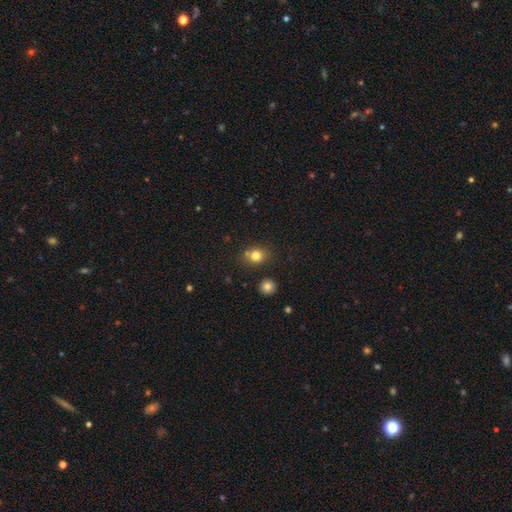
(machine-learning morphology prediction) Q: Smooth or featured?
A: smooth (80%); runner-up: star or artifact (13%)
Q: How rounded?
A: round (70%); runner-up: in between (29%)
Q: Merging?
A: none (73%); runner-up: minor disturbance (13%)